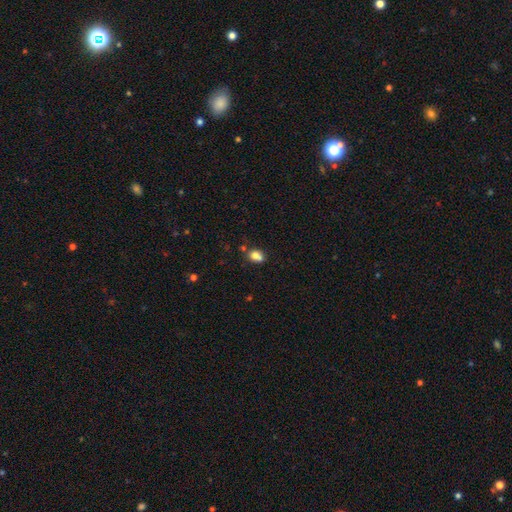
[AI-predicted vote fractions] A smooth galaxy with no disk features (77%) that is in between round and cigar-shaped (55%). Merging: none (48%).